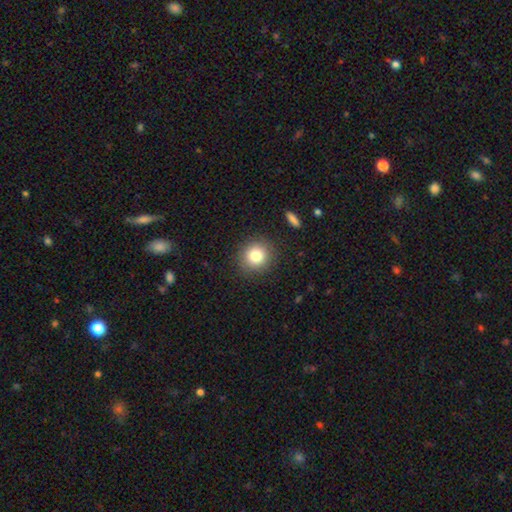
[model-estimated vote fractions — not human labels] Q: Smooth or featured?
A: smooth (81%); runner-up: star or artifact (11%)
Q: How rounded?
A: round (91%); runner-up: in between (8%)
Q: Merging?
A: none (89%); runner-up: minor disturbance (7%)